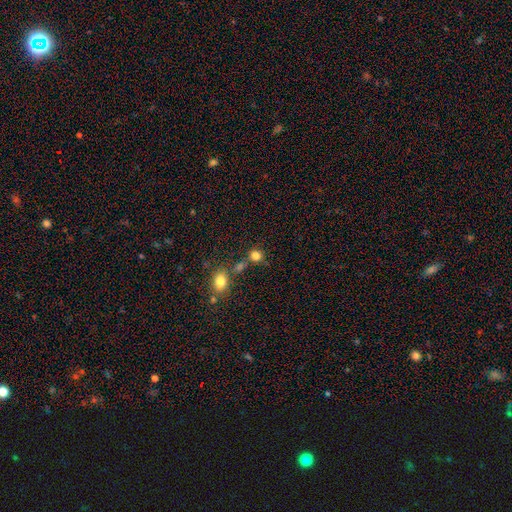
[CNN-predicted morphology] This is clearly a smooth galaxy (81%). How rounded: clearly round (80%). Merging: likely none (64%).